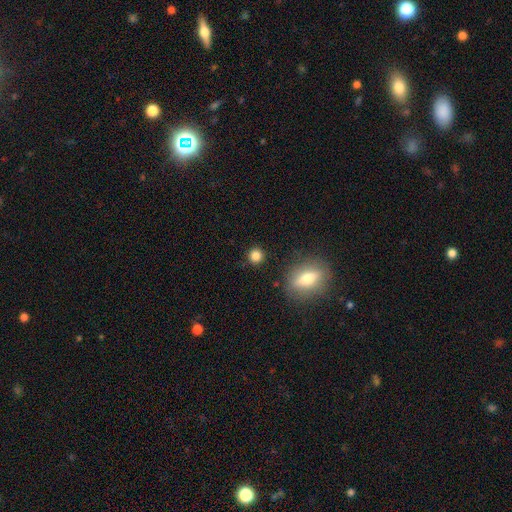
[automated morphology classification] Overall: smooth (82%). How rounded: round (89%). Merging: none (87%).